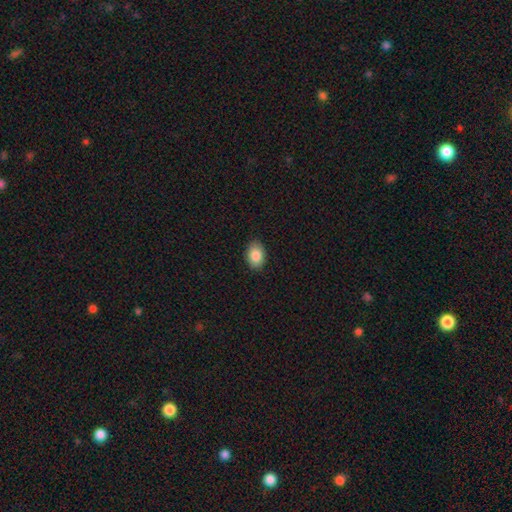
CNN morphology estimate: Smooth or featured? Predicted: smooth (p=0.86). How rounded? Predicted: in between (p=0.83). Merging? Predicted: none (p=0.88).